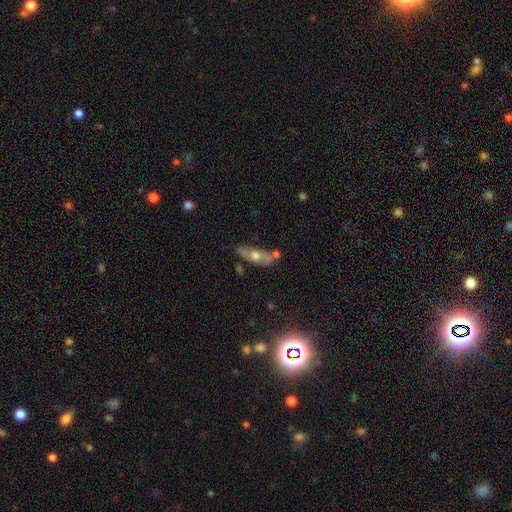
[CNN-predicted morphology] smooth-or-featured: featured or disk: 51% | smooth: 42% | star or artifact: 7%
  disk-edge-on: no: 58% | yes: 42%
  merging: none: 63% | minor disturbance: 19% | merger: 13% | major disturbance: 6%